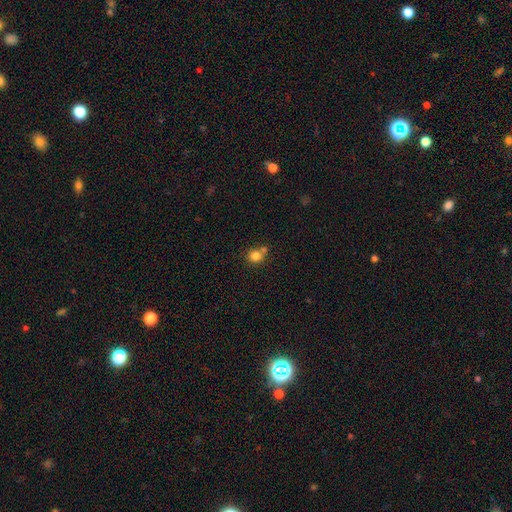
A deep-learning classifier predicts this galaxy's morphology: This appears to be a smooth galaxy with no disk features (81%) that is round (83%). Merging: none (54%).